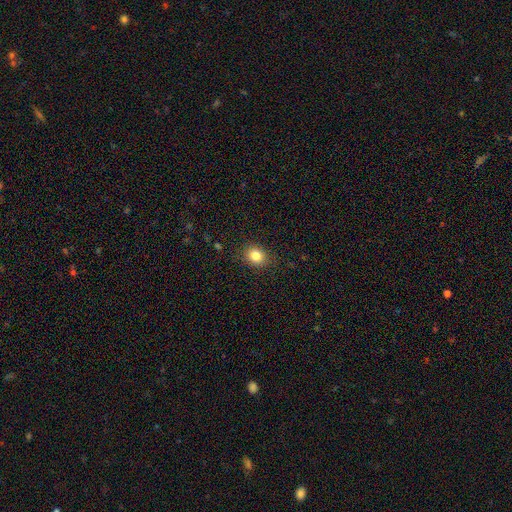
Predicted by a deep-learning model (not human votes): Q: Smooth or featured?
A: smooth (83%); runner-up: star or artifact (11%)
Q: How rounded?
A: round (60%); runner-up: in between (39%)
Q: Merging?
A: none (87%); runner-up: minor disturbance (9%)